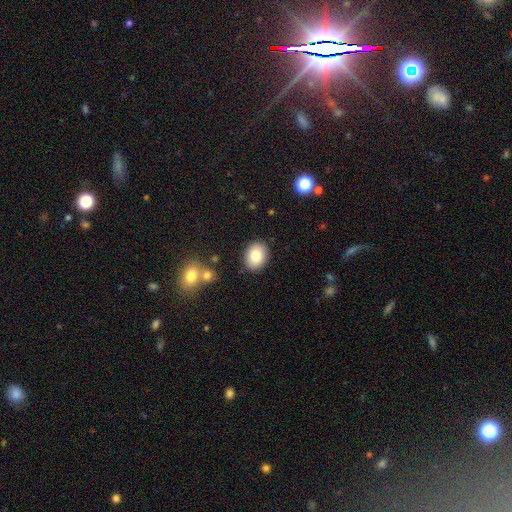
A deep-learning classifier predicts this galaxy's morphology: smooth_or_featured: smooth (p=0.82) [alt: featured or disk p=0.10]
how_rounded: in between (p=0.62) [alt: round p=0.37]
merging: none (p=0.88) [alt: minor disturbance p=0.08]